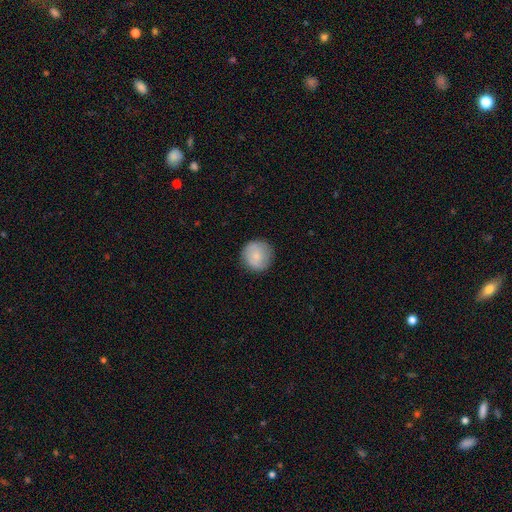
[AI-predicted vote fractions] Smooth or featured? smooth (77%)
How rounded? round (95%)
Merging? none (86%)